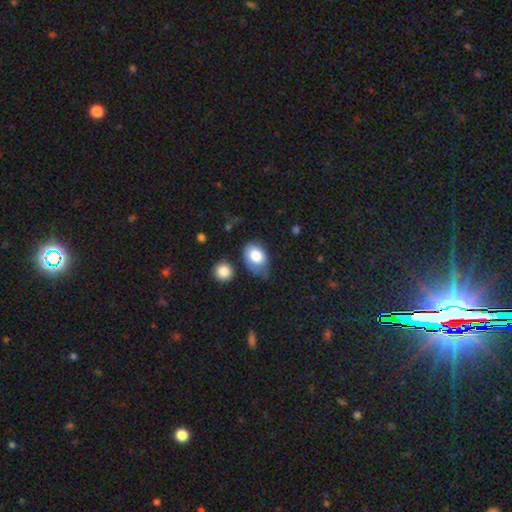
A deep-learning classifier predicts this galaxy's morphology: Q: Smooth or featured?
A: smooth (78%); runner-up: featured or disk (14%)
Q: How rounded?
A: in between (82%); runner-up: round (17%)
Q: Merging?
A: none (44%); runner-up: minor disturbance (36%)